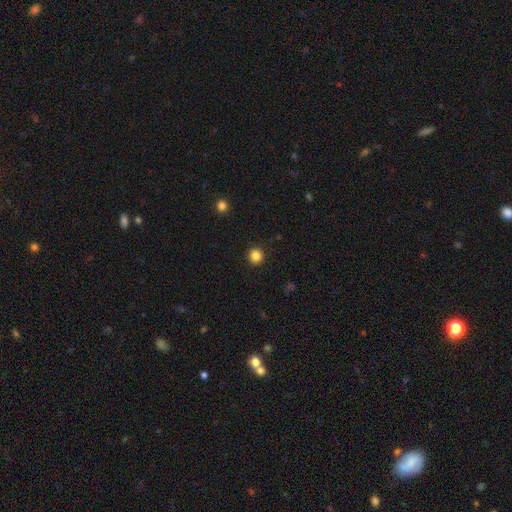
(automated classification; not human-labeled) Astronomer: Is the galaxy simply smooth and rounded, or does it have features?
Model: smooth — 85%.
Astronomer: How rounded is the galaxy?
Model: round — 94%.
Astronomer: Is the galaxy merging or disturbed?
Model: none — 92%.